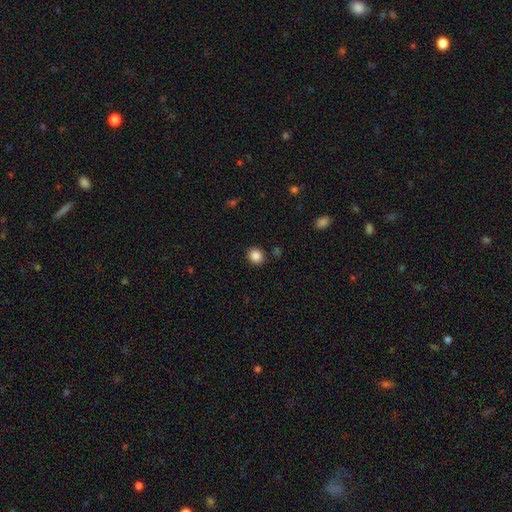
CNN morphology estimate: Smooth or featured?
  - smooth: 86% *
  - star or artifact: 10%
  - featured or disk: 4%
How rounded?
  - round: 83% *
  - in between: 16%
  - cigar-shaped: 1%
Merging?
  - none: 89% *
  - minor disturbance: 7%
  - major disturbance: 2%
  - merger: 2%